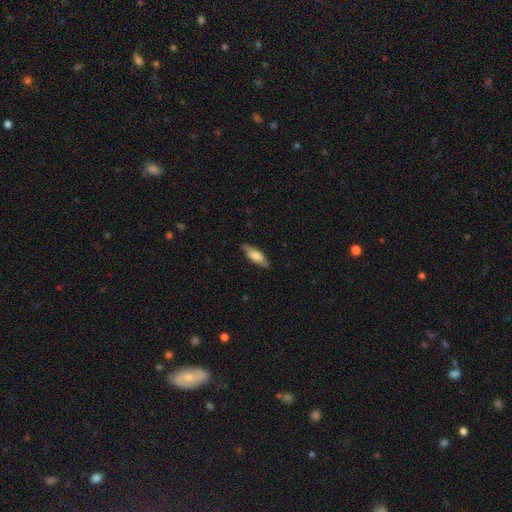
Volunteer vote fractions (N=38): Overall: smooth (87%). How rounded: in between (61%; cigar-shaped 39%). Merging: none (84%).